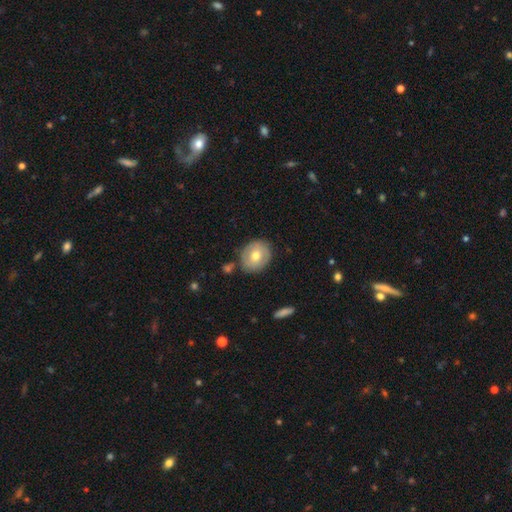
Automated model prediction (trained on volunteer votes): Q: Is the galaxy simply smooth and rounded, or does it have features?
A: smooth — 58%.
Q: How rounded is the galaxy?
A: round — 69%.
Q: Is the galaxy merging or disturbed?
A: none — 77%.